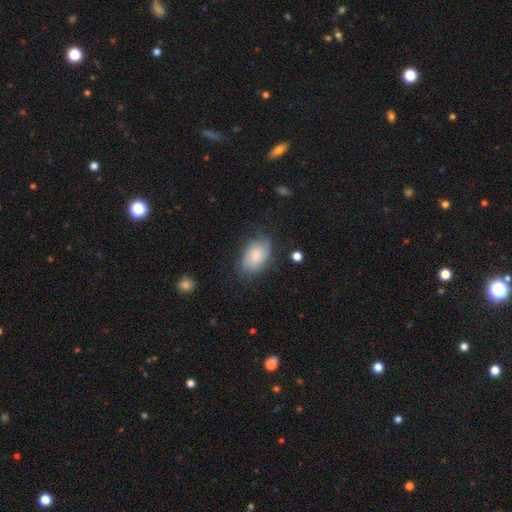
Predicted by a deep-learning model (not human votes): Smooth or featured? Predicted: smooth (p=0.62). How rounded? Predicted: in between (p=0.87). Merging? Predicted: none (p=0.63).